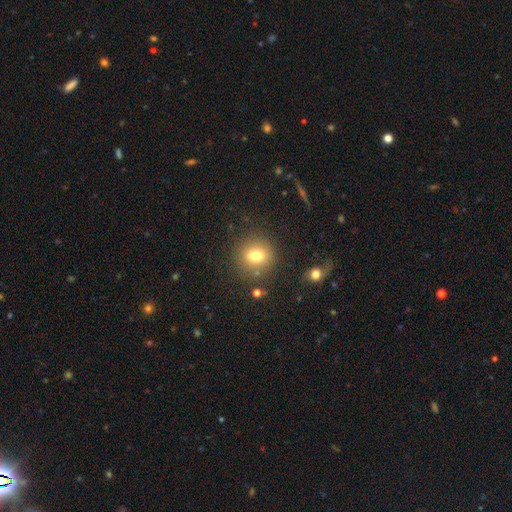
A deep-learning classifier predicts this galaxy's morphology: This is likely a smooth galaxy (77%). How rounded: likely round (75%). Merging: clearly none (83%).